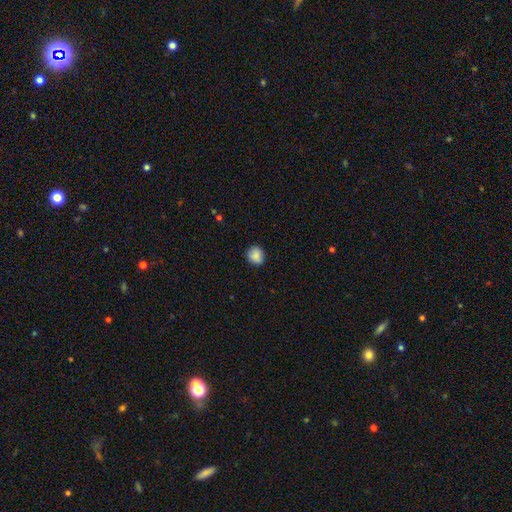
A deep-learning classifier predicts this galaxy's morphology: smooth 88%, star or artifact 8%, featured or disk 4%. Down the decision tree: how rounded — round (82%); merging — none (86%).